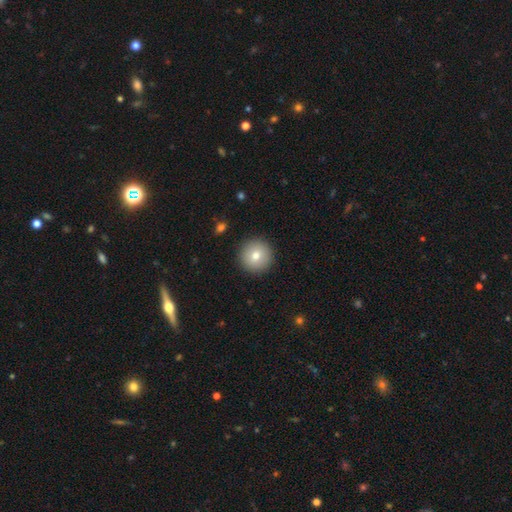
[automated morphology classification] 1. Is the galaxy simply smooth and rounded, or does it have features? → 77% smooth, 14% featured or disk, 9% star or artifact.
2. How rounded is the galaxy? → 96% round, 3% in between, 1% cigar-shaped.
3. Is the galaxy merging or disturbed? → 92% none, 5% minor disturbance, 2% major disturbance, 1% merger.